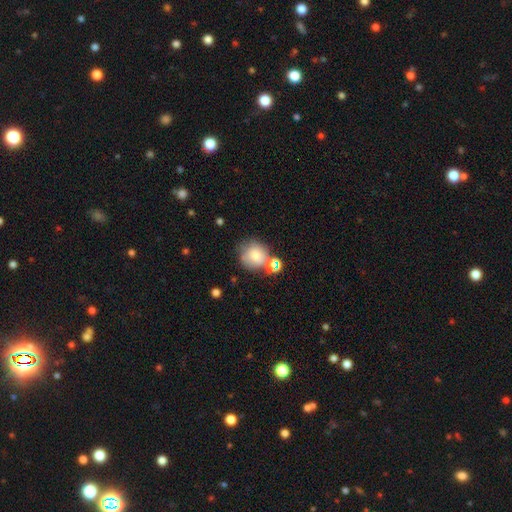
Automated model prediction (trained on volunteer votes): Smooth or featured: smooth — 75% (featured or disk — 13%)
How rounded: round — 85% (in between — 14%)
Merging: none — 51% (merger — 23%)